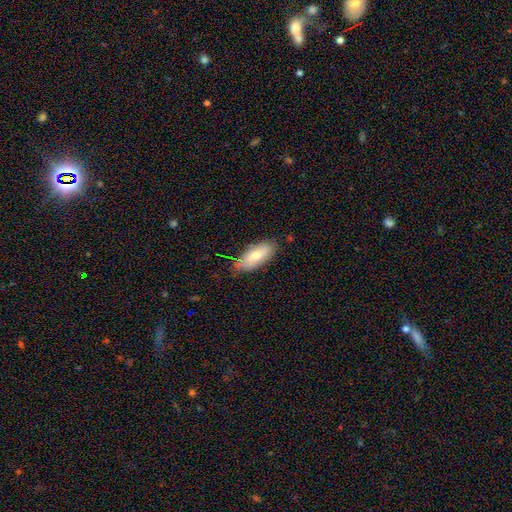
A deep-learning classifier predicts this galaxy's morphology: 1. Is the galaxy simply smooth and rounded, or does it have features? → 66% smooth, 27% featured or disk, 7% star or artifact.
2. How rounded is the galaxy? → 83% in between, 15% cigar-shaped, 2% round.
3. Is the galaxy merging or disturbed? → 78% none, 17% minor disturbance, 3% major disturbance, 2% merger.